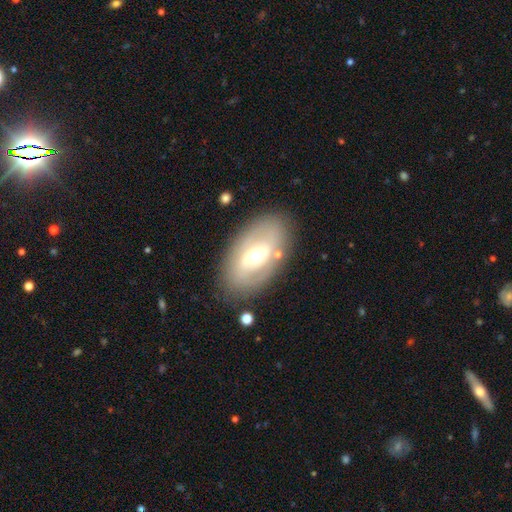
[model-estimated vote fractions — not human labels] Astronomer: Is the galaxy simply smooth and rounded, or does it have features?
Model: featured or disk — 58% (runner-up: smooth, 35%).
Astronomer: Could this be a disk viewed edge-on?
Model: no — 89%.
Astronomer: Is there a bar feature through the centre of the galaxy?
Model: no — 44% (runner-up: weak, 36%).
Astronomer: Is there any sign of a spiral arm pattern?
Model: no — 67%.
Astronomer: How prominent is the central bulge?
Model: moderate — 70%.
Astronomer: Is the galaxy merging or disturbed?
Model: none — 79%.